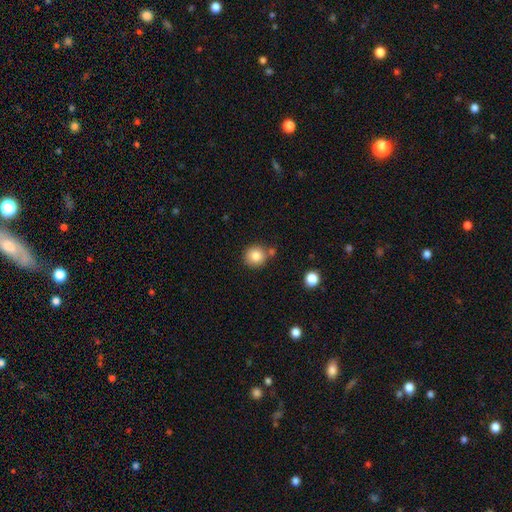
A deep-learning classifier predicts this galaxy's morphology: A smooth galaxy with no disk features (83%) that is round (91%). Merging: none (74%).